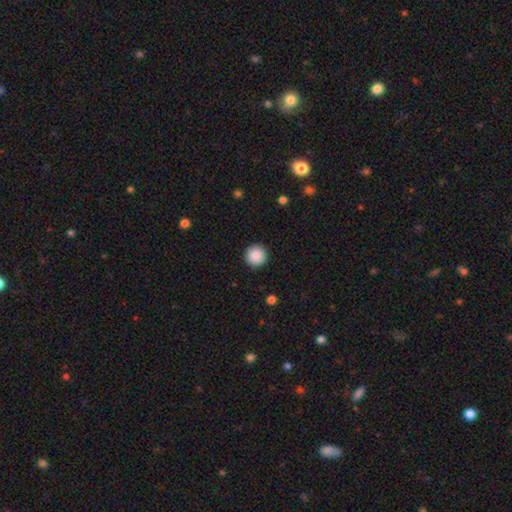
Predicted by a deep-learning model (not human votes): smooth 88%, star or artifact 8%, featured or disk 3%. Down the decision tree: how rounded — round (96%); merging — none (93%).